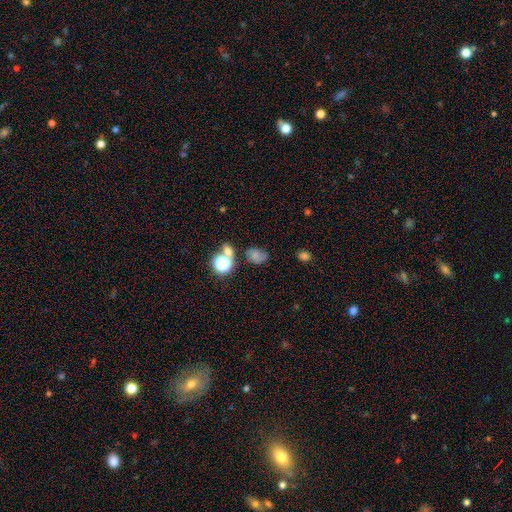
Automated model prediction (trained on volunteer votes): Smooth or featured: smooth — 62% (star or artifact — 22%)
How rounded: in between — 57% (round — 42%)
Merging: none — 52% (minor disturbance — 22%)